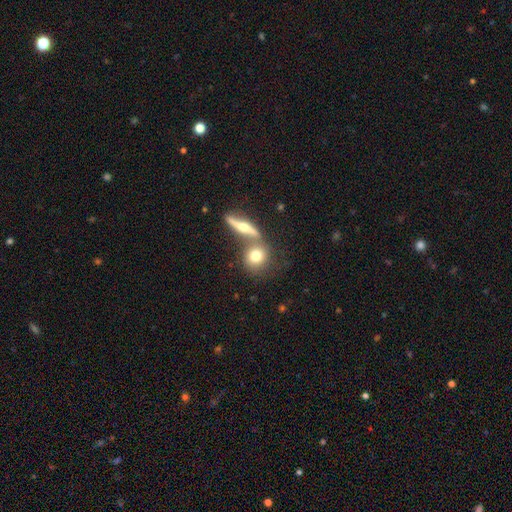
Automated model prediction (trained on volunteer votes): Overall: smooth (67%). How rounded: round (73%). Merging: none (52%; merger 35%).